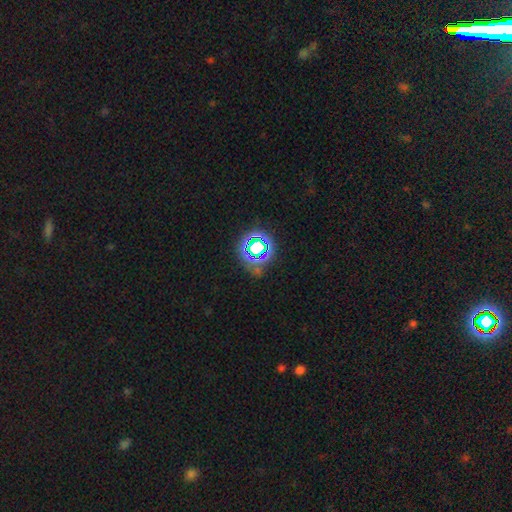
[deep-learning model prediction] Smooth or featured?
  - star or artifact: 67% *
  - smooth: 22%
  - featured or disk: 11%